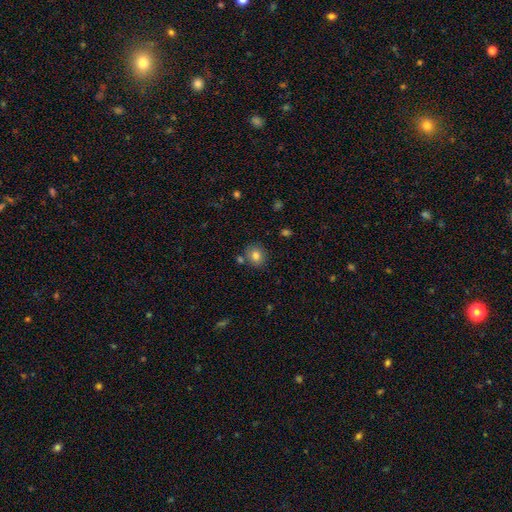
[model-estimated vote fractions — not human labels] A smooth galaxy with no disk features (79%) that is round (78%).

Vote fractions:
- Smooth or featured? smooth: 79% / star or artifact: 11% / featured or disk: 10%
- How rounded? round: 78% / in between: 22% / cigar-shaped: 1%
- Merging? none: 78% / minor disturbance: 10% / merger: 9% / major disturbance: 3%